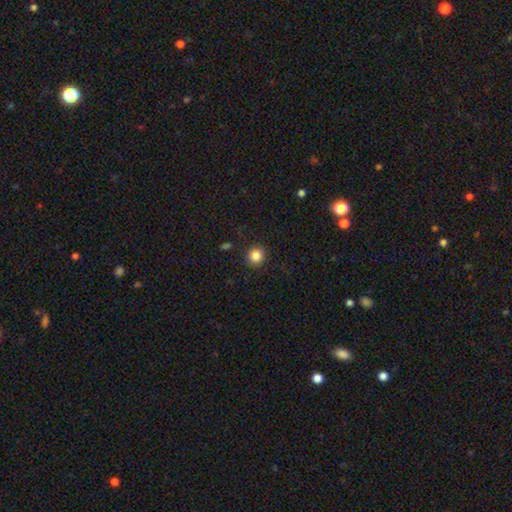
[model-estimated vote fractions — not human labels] Overall: smooth (85%). How rounded: round (92%). Merging: none (91%).